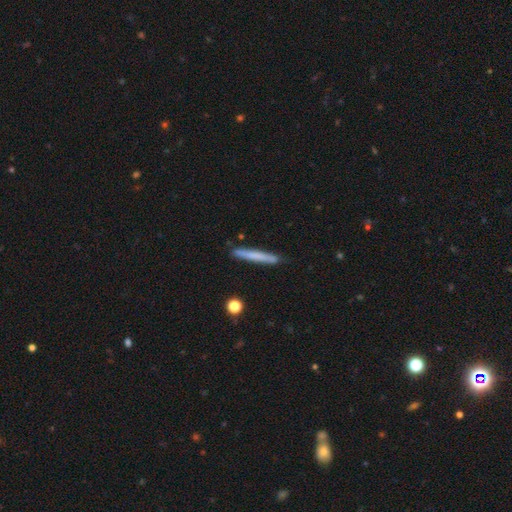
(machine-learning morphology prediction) This is likely a smooth galaxy (68%). How rounded: clearly cigar-shaped (96%). Merging: clearly none (88%).